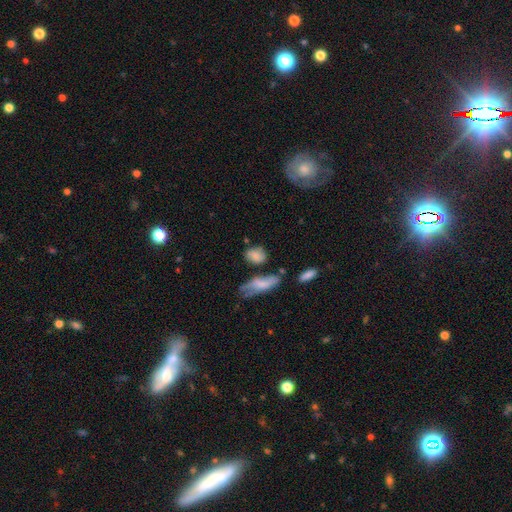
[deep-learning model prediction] This is likely a smooth galaxy (77%). How rounded: likely in between (71%). Merging: possibly none (58%).